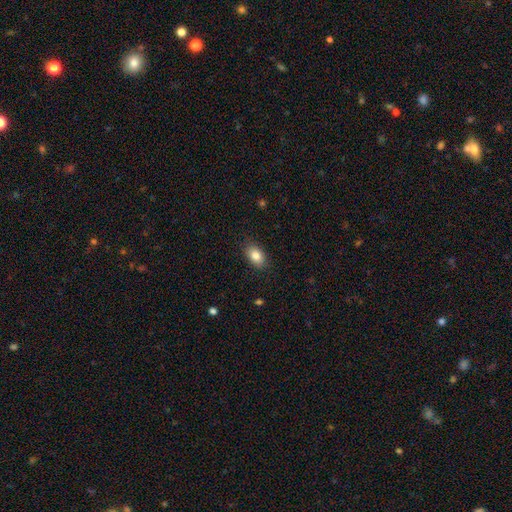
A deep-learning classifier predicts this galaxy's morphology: smooth-or-featured: smooth: 84% | star or artifact: 8% | featured or disk: 8%
  how-rounded: in between: 86% | round: 12% | cigar-shaped: 1%
  merging: none: 86% | minor disturbance: 10% | major disturbance: 2% | merger: 1%